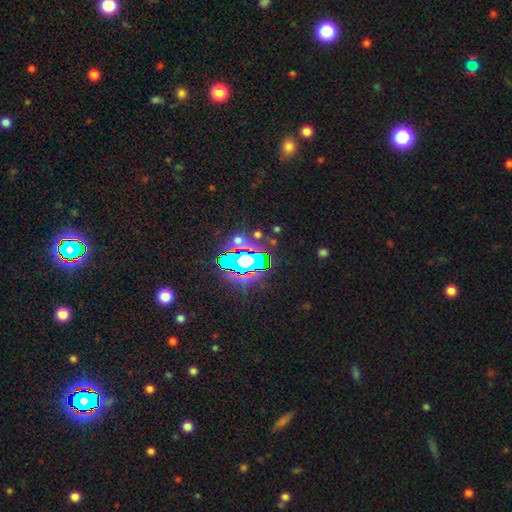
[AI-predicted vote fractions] Smooth or featured: star or artifact — 80% (smooth — 11%)